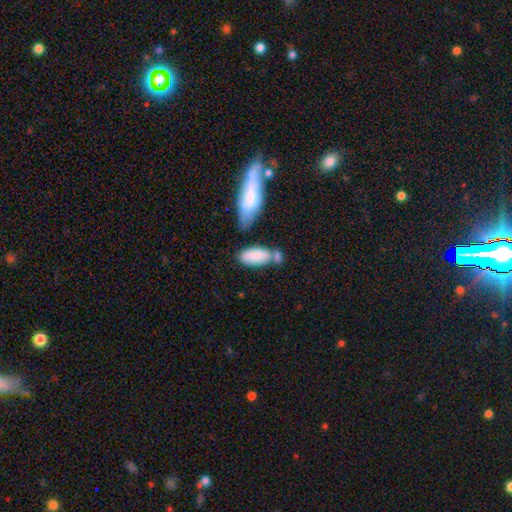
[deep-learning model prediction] Smooth or featured? smooth (82%)
How rounded? in between (87%)
Merging? none (42%)